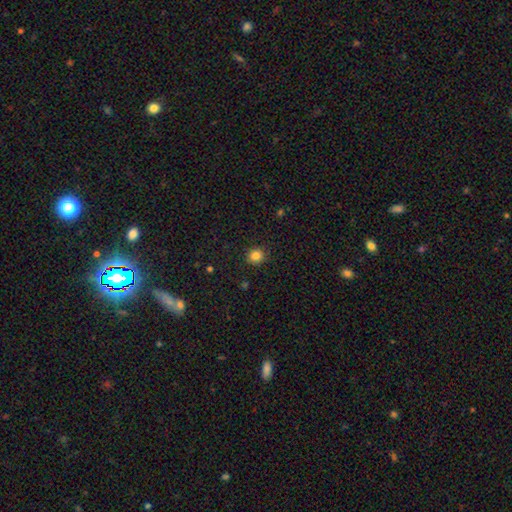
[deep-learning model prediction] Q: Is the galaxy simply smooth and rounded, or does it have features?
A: smooth — 84%.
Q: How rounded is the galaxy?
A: round — 90%.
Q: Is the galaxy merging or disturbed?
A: none — 91%.